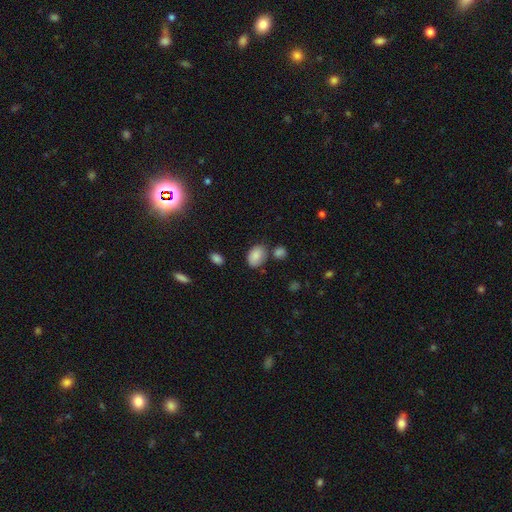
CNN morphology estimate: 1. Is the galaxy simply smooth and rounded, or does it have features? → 86% smooth, 8% star or artifact, 6% featured or disk.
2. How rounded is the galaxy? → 85% in between, 13% round, 1% cigar-shaped.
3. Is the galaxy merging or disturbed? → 68% none, 17% minor disturbance, 10% merger, 5% major disturbance.